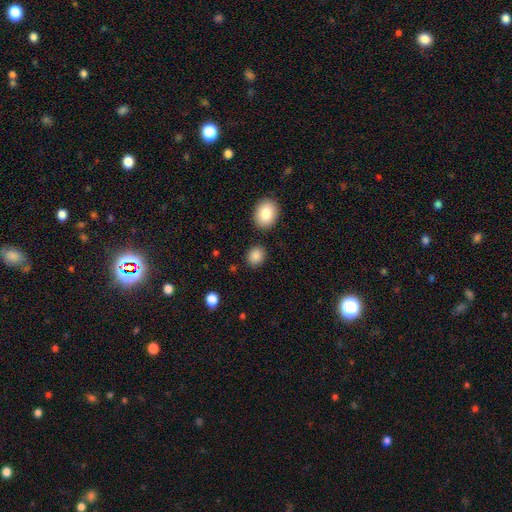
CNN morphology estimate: smooth 87%, star or artifact 9%, featured or disk 4%. Down the decision tree: how rounded — round (62%); merging — none (86%).